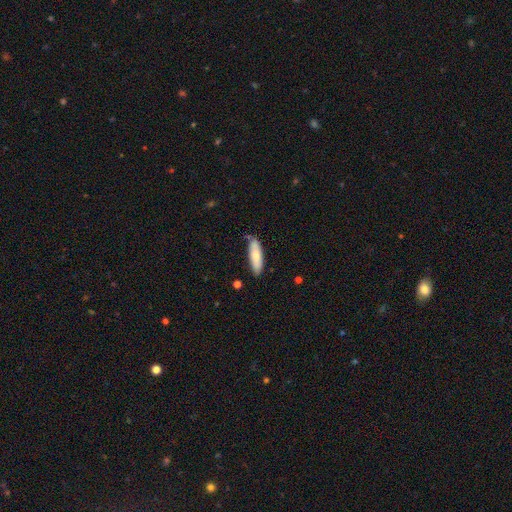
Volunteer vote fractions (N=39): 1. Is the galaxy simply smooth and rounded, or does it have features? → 85% smooth, 8% featured or disk, 8% star or artifact.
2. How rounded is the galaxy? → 58% cigar-shaped, 39% in between, 3% round.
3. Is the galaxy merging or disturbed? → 61% none, 31% minor disturbance, 8% major disturbance, 0% merger.